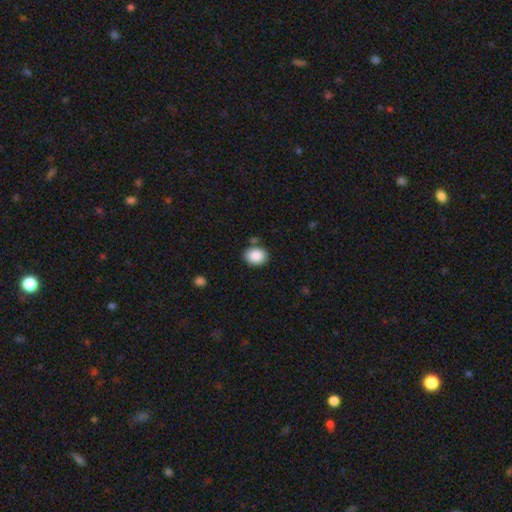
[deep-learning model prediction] Smooth or featured: smooth — 88% (star or artifact — 8%)
How rounded: round — 50% (in between — 49%)
Merging: none — 80% (minor disturbance — 12%)